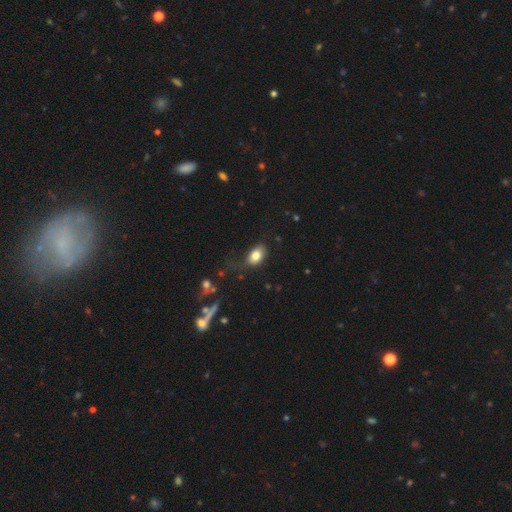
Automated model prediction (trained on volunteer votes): Overall: smooth (81%). How rounded: in between (84%). Merging: none (62%; minor disturbance 25%).